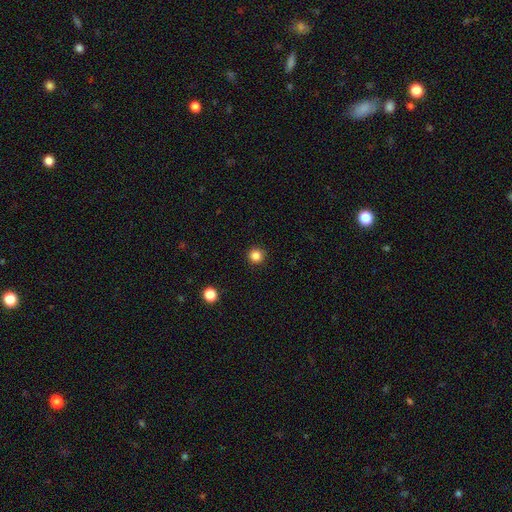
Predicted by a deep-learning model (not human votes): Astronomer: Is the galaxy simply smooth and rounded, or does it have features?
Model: smooth — 85%.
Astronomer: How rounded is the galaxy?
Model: round — 95%.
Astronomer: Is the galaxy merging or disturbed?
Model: none — 92%.